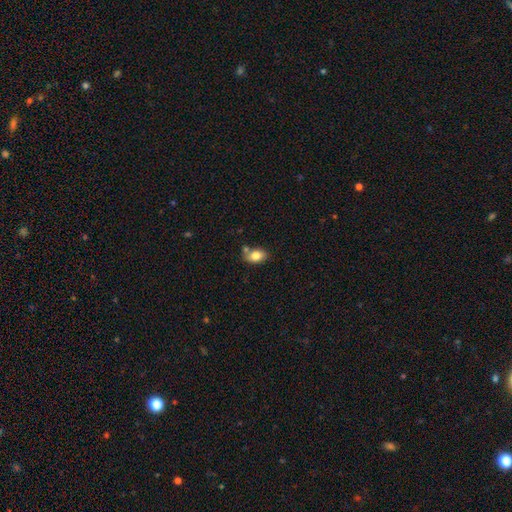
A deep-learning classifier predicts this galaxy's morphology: smooth 81%, featured or disk 10%, star or artifact 8%. Down the decision tree: how rounded — in between (83%); merging — none (61%).